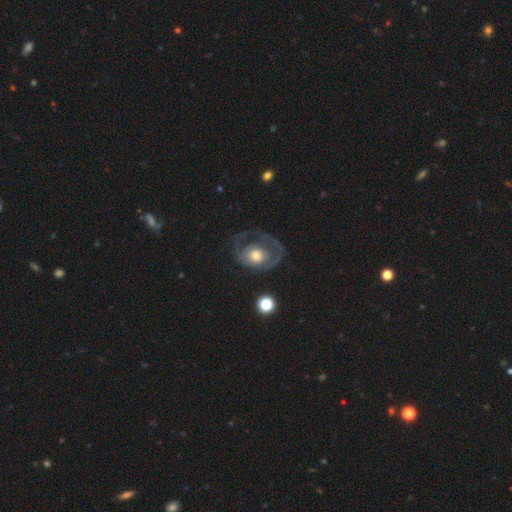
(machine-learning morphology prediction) Smooth or featured: featured or disk — 65% (smooth — 28%)
Edge-on disk: no — 96% (yes — 4%)
Bar: no — 81% (weak — 16%)
Spiral arms: yes — 61% (no — 39%)
Bulge size: moderate — 58% (large — 23%)
Merging: none — 41% (major disturbance — 37%)